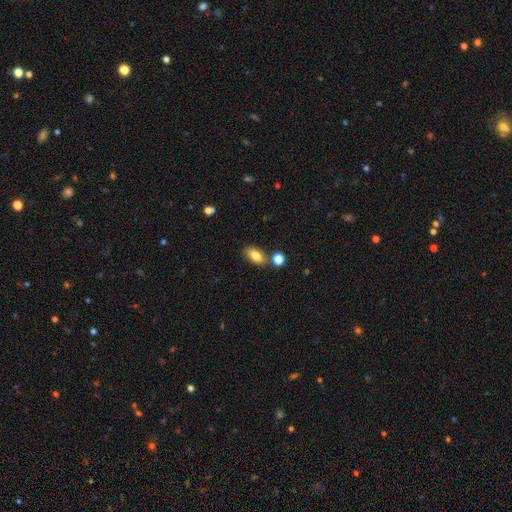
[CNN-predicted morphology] A smooth galaxy with no disk features (79%) that is in between round and cigar-shaped (86%).

Vote fractions:
- Smooth or featured? smooth: 79% / featured or disk: 12% / star or artifact: 9%
- How rounded? in between: 86% / cigar-shaped: 7% / round: 7%
- Merging? none: 73% / minor disturbance: 12% / merger: 12% / major disturbance: 3%